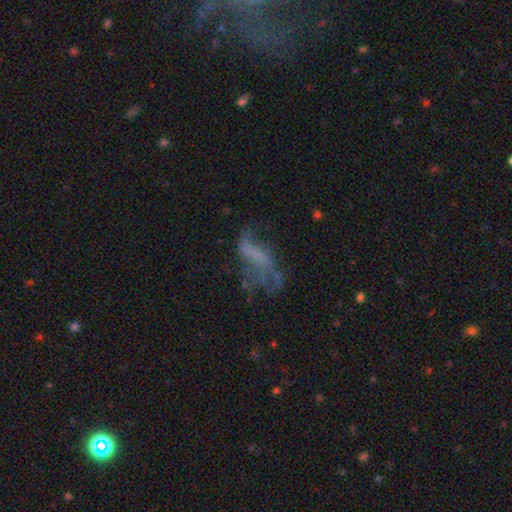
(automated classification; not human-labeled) Smooth or featured: featured or disk — 56% (smooth — 27%)
Edge-on disk: no — 93% (yes — 7%)
Bar: no — 58% (weak — 26%)
Spiral arms: no — 58% (yes — 42%)
Bulge size: none — 74% (small — 13%)
Merging: major disturbance — 41% (none — 33%)